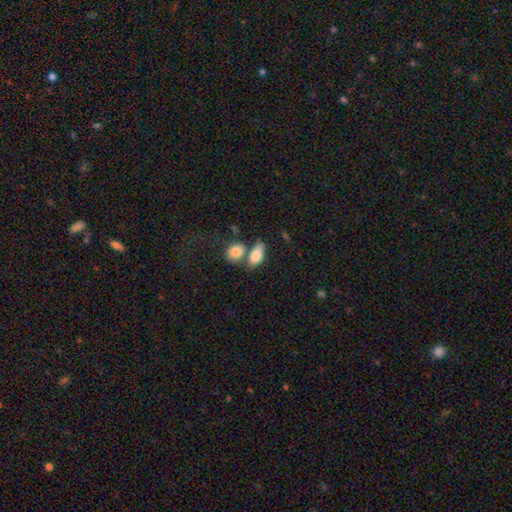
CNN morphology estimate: The model was most divided on "merging": merger: 41%, none: 37%, minor disturbance: 15%, major disturbance: 7%. More confident: how rounded — in between (86%); smooth or featured — smooth (83%).